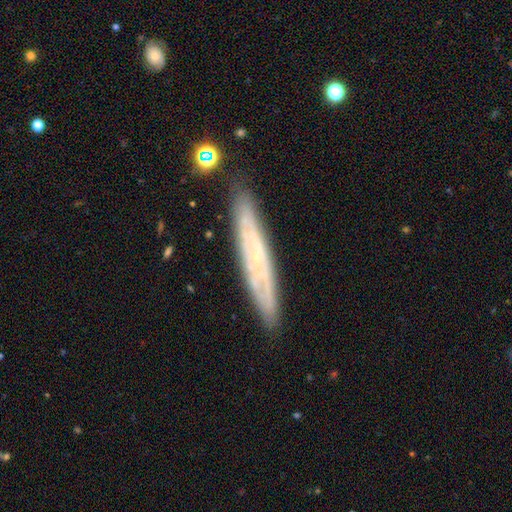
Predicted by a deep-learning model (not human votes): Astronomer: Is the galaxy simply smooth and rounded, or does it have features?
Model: featured or disk — 63%.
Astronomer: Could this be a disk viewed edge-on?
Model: yes — 60% (runner-up: no, 40%).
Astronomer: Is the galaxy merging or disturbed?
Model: none — 82%.